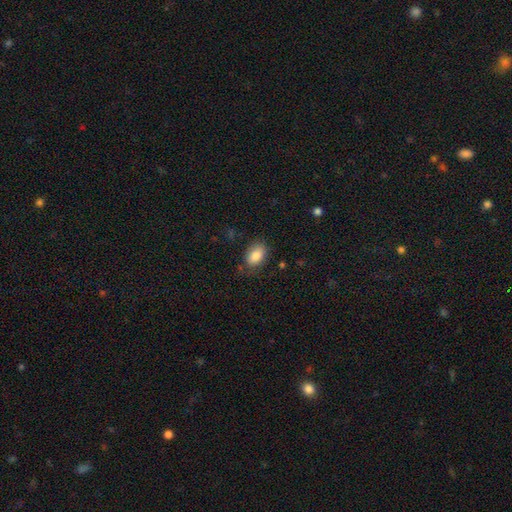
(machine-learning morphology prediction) smooth 85%, featured or disk 8%, star or artifact 8%. Down the decision tree: how rounded — in between (86%); merging — none (73%).